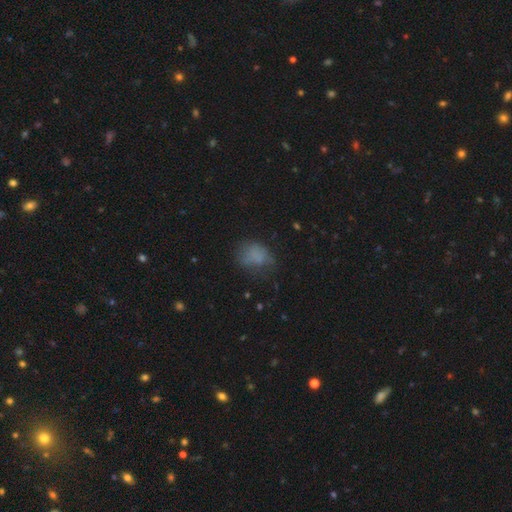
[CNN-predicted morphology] This is likely a smooth galaxy (70%). How rounded: possibly in between (56%). Merging: possibly none (48%).